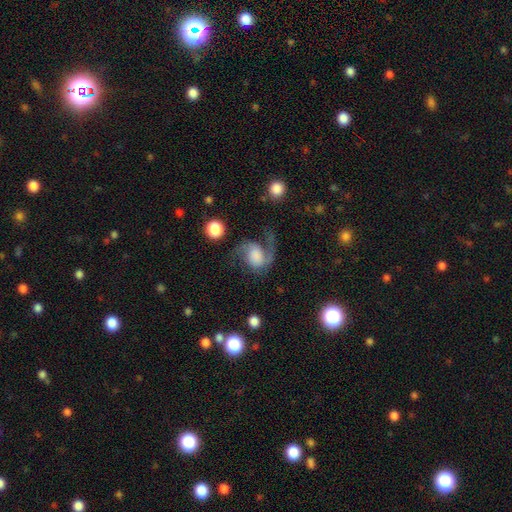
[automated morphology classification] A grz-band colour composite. It shows a featured or disk galaxy (76%) with no bar (61%), 2 (83%) loose (52%) spiral arms (95%) and a large central bulge (37%). Merging: none (53%).